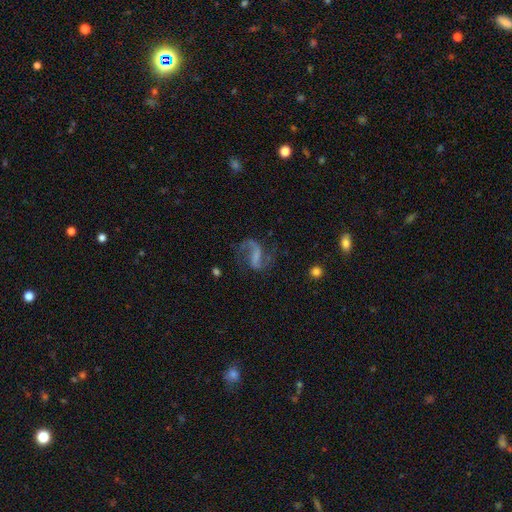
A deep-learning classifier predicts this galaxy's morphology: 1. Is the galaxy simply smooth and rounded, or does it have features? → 80% featured or disk, 12% smooth, 9% star or artifact.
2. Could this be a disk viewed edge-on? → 97% no, 3% yes.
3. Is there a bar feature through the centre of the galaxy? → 42% strong, 37% weak, 21% no.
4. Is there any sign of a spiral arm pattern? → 93% yes, 7% no.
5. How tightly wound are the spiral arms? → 62% loose, 32% medium, 6% tight.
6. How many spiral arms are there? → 84% 2, 11% 1, 2% can't tell, 1% 3, 1% 4, 1% more than 4.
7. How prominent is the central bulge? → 59% none, 22% small, 13% moderate, 5% large, 2% dominant.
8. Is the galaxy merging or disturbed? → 62% none, 20% major disturbance, 16% minor disturbance, 3% merger.